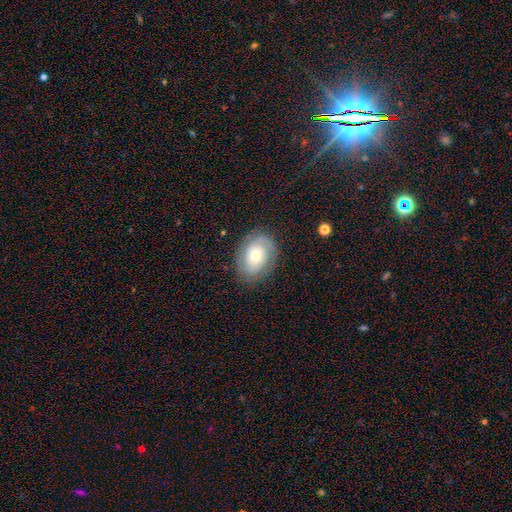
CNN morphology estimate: Smooth or featured? featured or disk (61%)
Edge-on disk? no (95%)
Bar? no (78%)
Spiral arms? yes (80%)
Bulge size? moderate (53%)
Merging? none (79%)